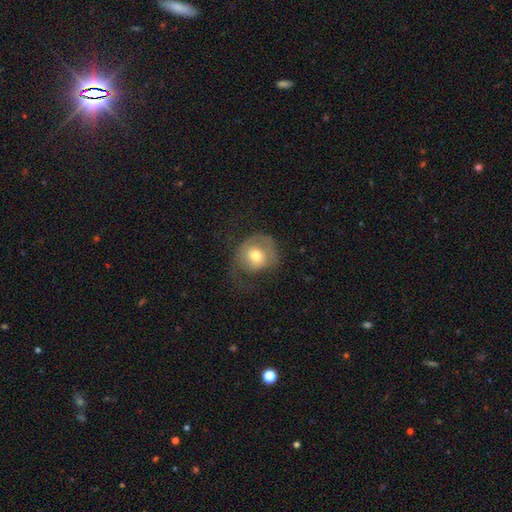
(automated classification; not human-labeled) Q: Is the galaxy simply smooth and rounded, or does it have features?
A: smooth — 55%.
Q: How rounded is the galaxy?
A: round — 75%.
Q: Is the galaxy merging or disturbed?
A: major disturbance — 37%, tied with none.